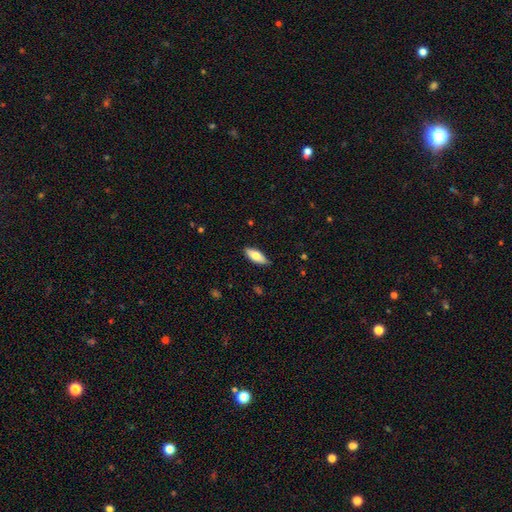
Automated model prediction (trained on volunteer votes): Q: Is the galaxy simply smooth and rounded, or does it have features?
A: smooth — 74%.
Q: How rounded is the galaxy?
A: in between — 72%.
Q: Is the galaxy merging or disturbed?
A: none — 86%.